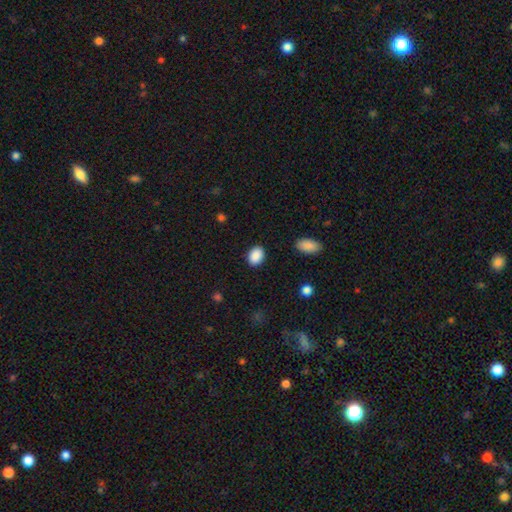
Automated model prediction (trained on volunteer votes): Q: Smooth or featured?
A: smooth (89%); runner-up: star or artifact (8%)
Q: How rounded?
A: in between (76%); runner-up: round (23%)
Q: Merging?
A: none (88%); runner-up: minor disturbance (8%)